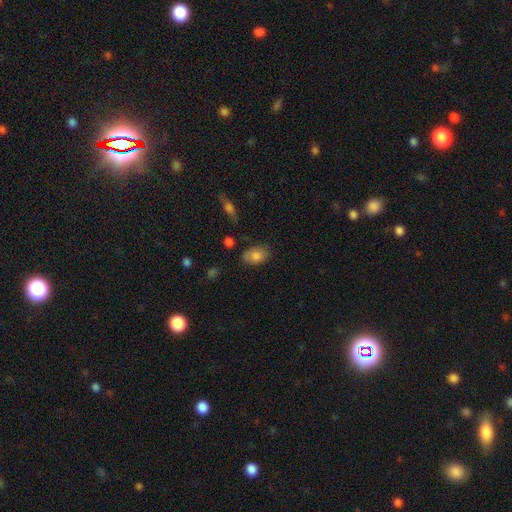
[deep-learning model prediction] smooth 81%, featured or disk 11%, star or artifact 8%. Down the decision tree: how rounded — in between (87%); merging — none (75%).